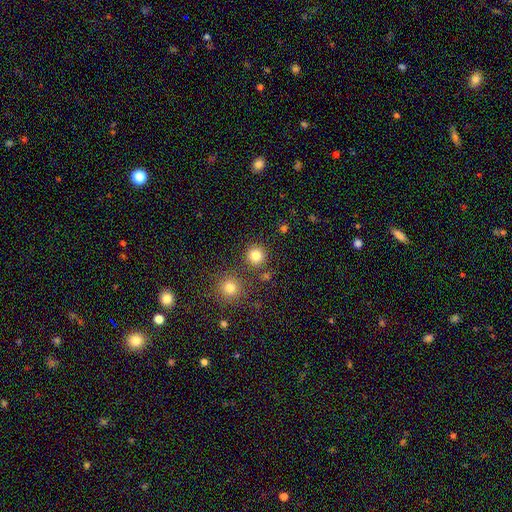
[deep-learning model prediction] Overall: smooth (82%). How rounded: round (94%). Merging: none (85%).